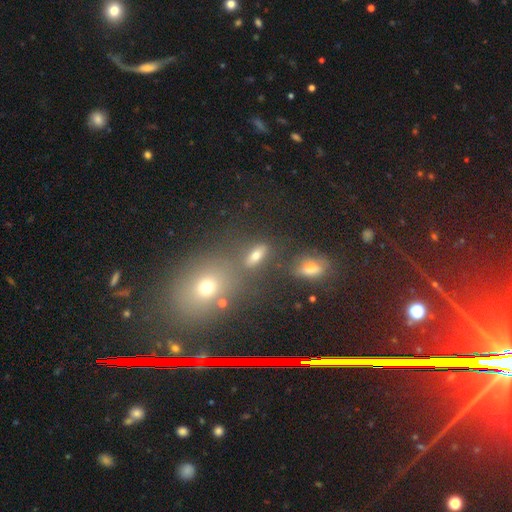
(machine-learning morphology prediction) A smooth galaxy with no disk features (49%).

Vote fractions:
- Smooth or featured? smooth: 49% / star or artifact: 39% / featured or disk: 12%
- Merging? none: 63% / merger: 22% / minor disturbance: 10% / major disturbance: 5%